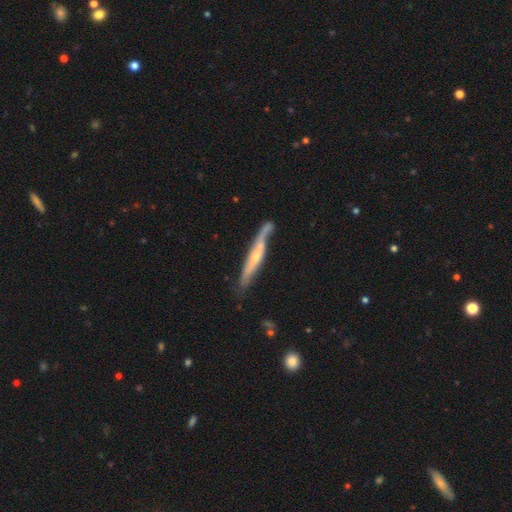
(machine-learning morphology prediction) Smooth or featured: featured or disk — 64% (smooth — 31%)
Edge-on disk: yes — 80% (no — 20%)
Edge-on bulge: rounded — 56% (none — 34%)
Merging: none — 55% (minor disturbance — 27%)